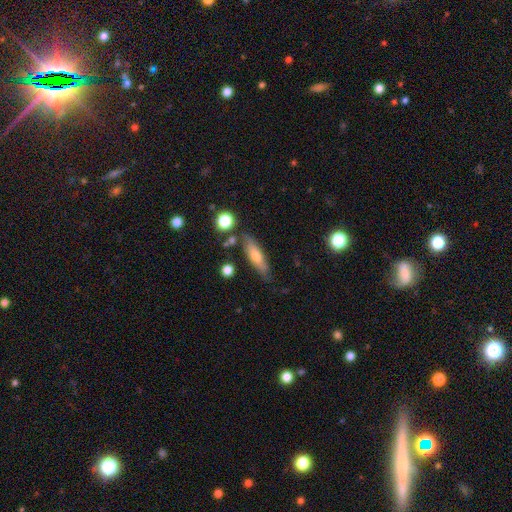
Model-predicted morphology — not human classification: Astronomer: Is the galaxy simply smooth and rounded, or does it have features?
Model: smooth — 56% (runner-up: featured or disk, 36%).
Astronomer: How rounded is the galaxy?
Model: cigar-shaped — 67%.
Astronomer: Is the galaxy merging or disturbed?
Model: none — 76%.